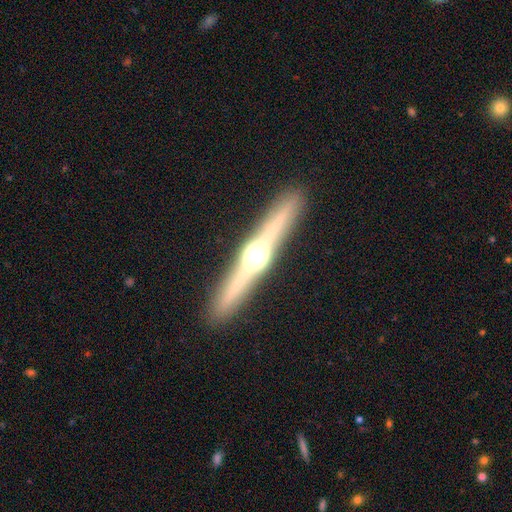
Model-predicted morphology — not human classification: featured or disk 80%, smooth 14%, star or artifact 6%. Down the decision tree: edge-on disk — yes (98%); edge-on bulge — rounded (92%); merging — none (91%).